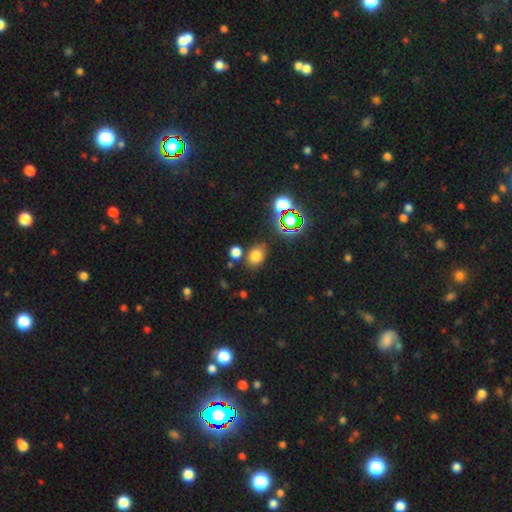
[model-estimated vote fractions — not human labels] Morphology: type=smooth (71%); roundness=in between (63%); merging=none (75%).